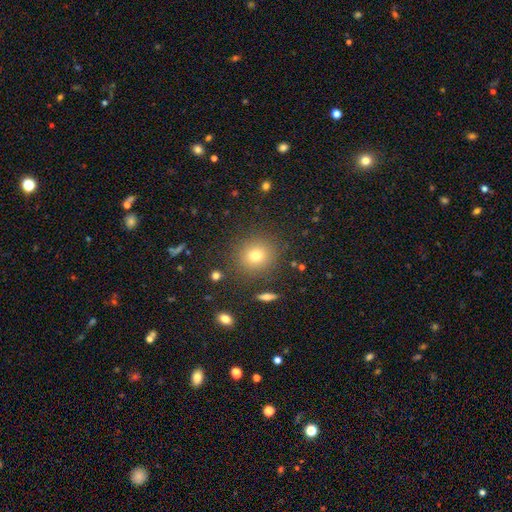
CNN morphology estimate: This is likely a smooth galaxy (75%). How rounded: clearly round (84%). Merging: clearly none (87%).